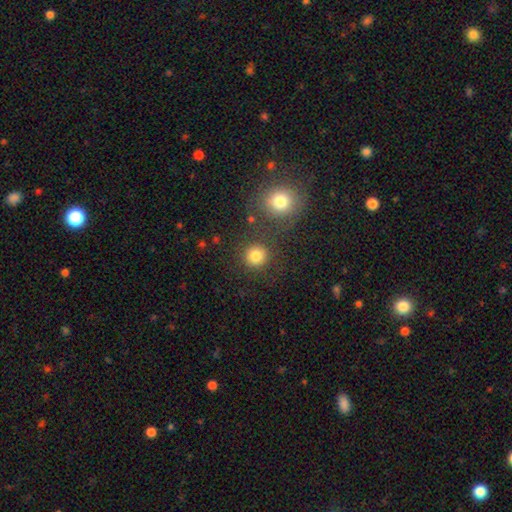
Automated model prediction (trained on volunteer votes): The model was most divided on "smooth or featured": smooth: 82%, star or artifact: 12%, featured or disk: 6%. More confident: how rounded — round (92%); merging — none (82%).